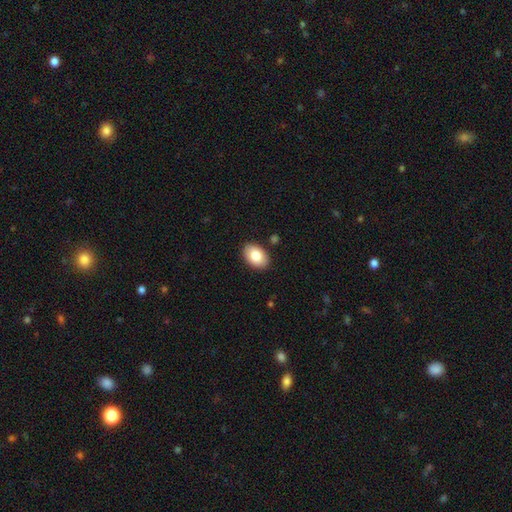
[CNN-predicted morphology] This appears to be a smooth galaxy with no disk features (85%) that is in between round and cigar-shaped (87%). Merging: none (88%).